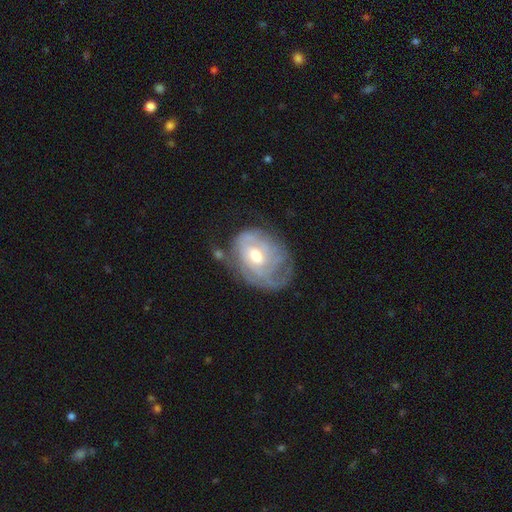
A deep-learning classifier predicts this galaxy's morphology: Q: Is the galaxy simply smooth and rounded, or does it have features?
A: featured or disk — 75%.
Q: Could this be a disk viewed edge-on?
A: no — 96%.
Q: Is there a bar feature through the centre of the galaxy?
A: no — 59%.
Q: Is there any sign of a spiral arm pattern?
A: yes — 82%.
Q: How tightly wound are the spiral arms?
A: tight — 67%.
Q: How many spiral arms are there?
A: can't tell — 53%.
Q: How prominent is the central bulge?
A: moderate — 70%.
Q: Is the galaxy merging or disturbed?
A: none — 51%.